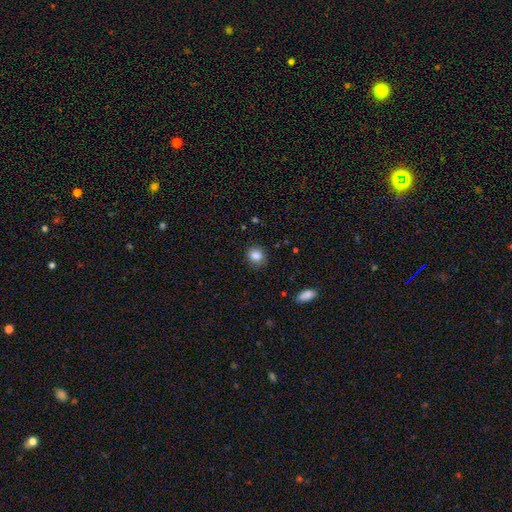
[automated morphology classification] Overall: smooth (86%). How rounded: round (73%). Merging: none (86%).